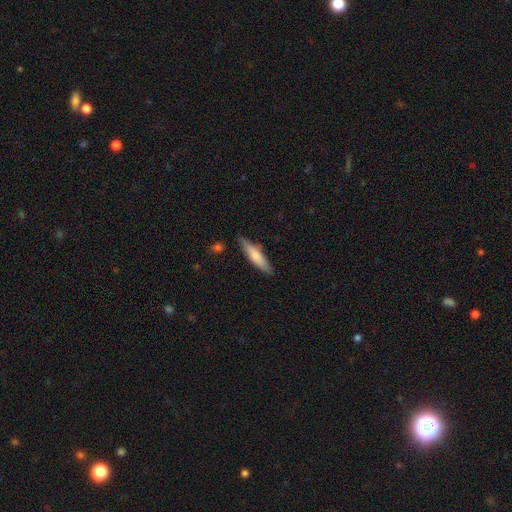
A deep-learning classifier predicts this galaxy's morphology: type=smooth (70%); roundness=cigar-shaped (73%); merging=none (82%).